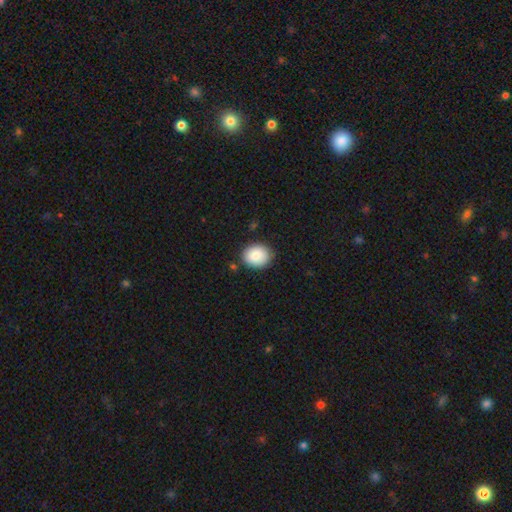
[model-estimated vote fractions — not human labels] The model was most divided on "how rounded": round: 63%, in between: 37%, cigar-shaped: 1%. More confident: smooth or featured — smooth (86%); merging — none (85%).